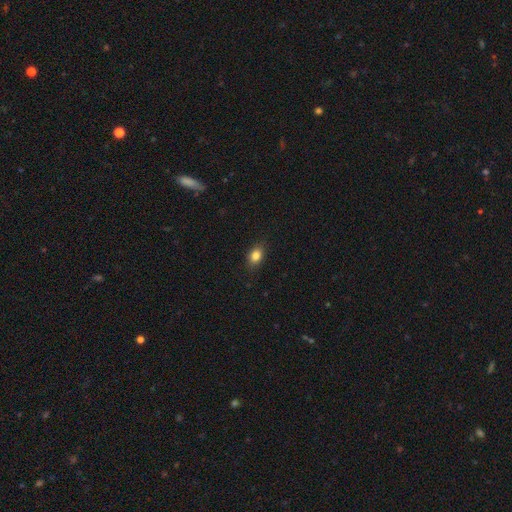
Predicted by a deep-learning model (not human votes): Smooth or featured? Predicted: smooth (p=0.83). How rounded? Predicted: in between (p=0.74). Merging? Predicted: none (p=0.87).